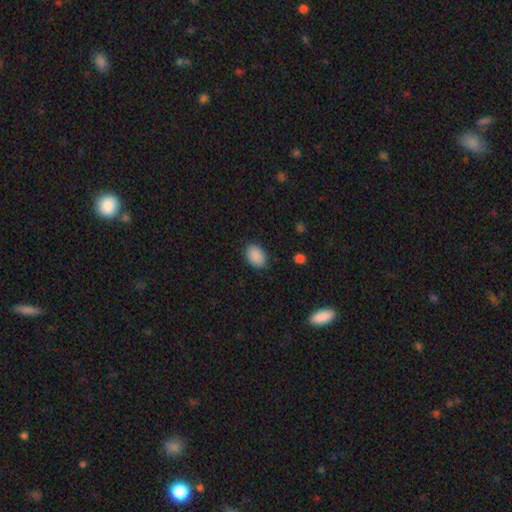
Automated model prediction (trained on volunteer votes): Smooth or featured? smooth (90%)
How rounded? in between (79%)
Merging? none (86%)